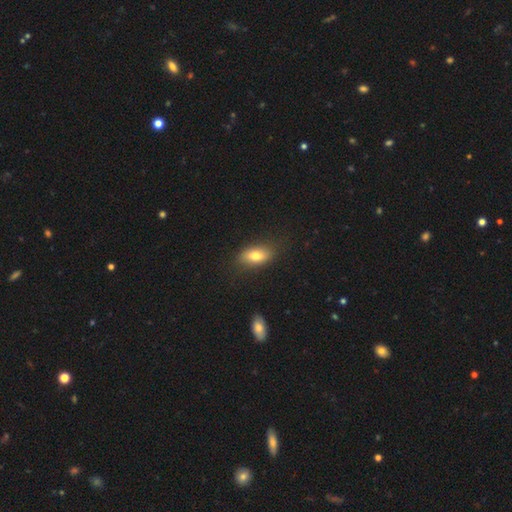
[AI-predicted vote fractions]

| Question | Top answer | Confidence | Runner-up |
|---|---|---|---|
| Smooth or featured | smooth | 77% | featured or disk (15%) |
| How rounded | in between | 86% | round (7%) |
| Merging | none | 82% | minor disturbance (13%) |